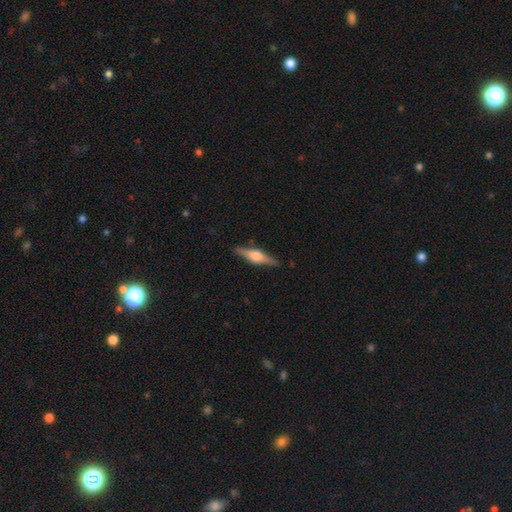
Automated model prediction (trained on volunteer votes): Smooth or featured?
  - featured or disk: 70% *
  - smooth: 24%
  - star or artifact: 6%
Edge-on disk?
  - yes: 97% *
  - no: 3%
Edge-on bulge?
  - rounded: 87% *
  - boxy: 11%
  - none: 2%
Merging?
  - none: 89% *
  - minor disturbance: 8%
  - major disturbance: 2%
  - merger: 1%